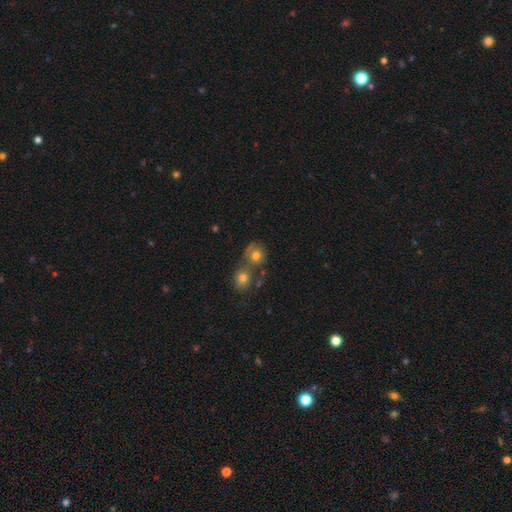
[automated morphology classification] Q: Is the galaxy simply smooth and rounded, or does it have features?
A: smooth — 71%.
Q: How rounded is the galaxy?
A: round — 78%.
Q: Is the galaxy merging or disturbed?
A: merger — 48%.